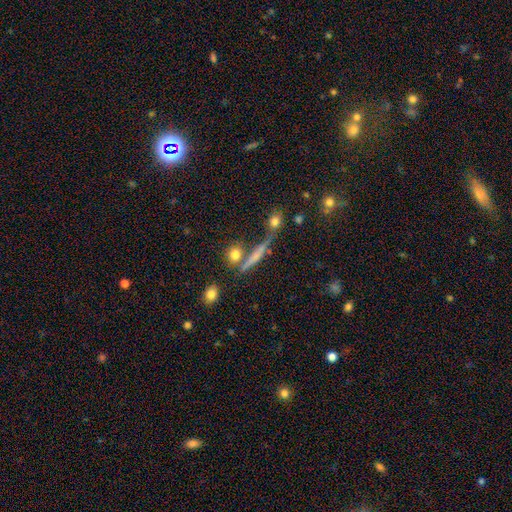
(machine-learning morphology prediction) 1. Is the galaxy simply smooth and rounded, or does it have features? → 54% smooth, 32% featured or disk, 14% star or artifact.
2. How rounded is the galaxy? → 69% cigar-shaped, 16% round, 15% in between.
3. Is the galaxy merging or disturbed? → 61% none, 18% merger, 13% minor disturbance, 8% major disturbance.